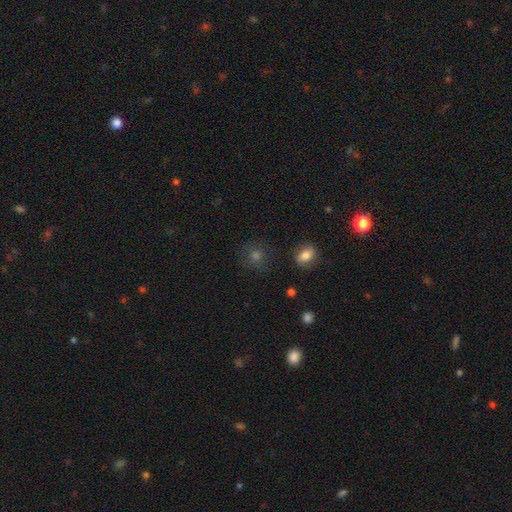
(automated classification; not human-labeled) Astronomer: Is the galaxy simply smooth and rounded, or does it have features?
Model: smooth — 59%.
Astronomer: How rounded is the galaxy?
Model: round — 84%.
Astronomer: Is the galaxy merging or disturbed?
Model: none — 81%.